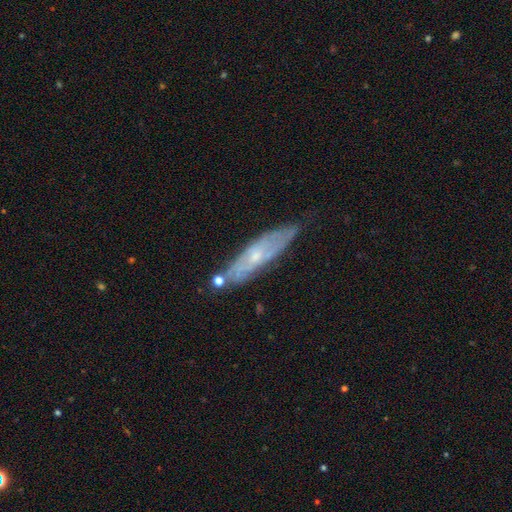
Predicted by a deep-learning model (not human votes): smooth-or-featured: featured or disk: 60% | smooth: 32% | star or artifact: 7%
  disk-edge-on: no: 60% | yes: 40%
  merging: none: 65% | minor disturbance: 24% | major disturbance: 6% | merger: 5%